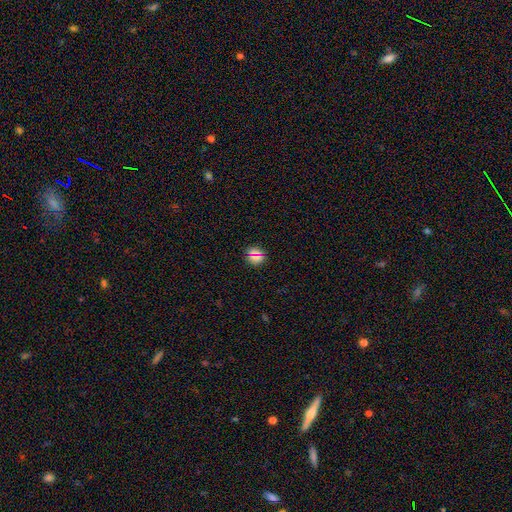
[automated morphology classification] This is likely a smooth galaxy (64%). How rounded: clearly round (85%). Merging: clearly none (88%).